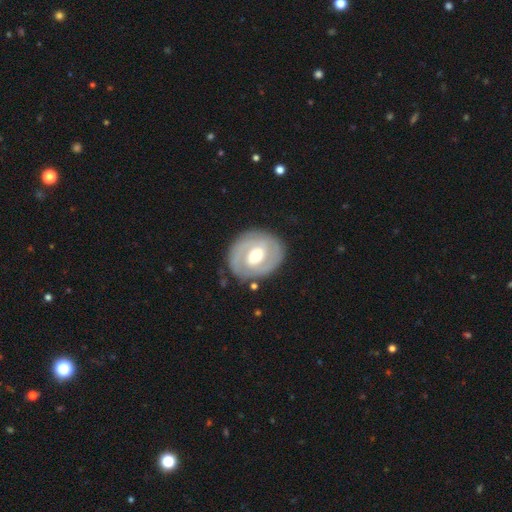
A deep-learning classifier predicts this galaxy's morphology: Q: Smooth or featured?
A: featured or disk (69%); runner-up: smooth (26%)
Q: Edge-on disk?
A: no (96%); runner-up: yes (4%)
Q: Bar?
A: weak (45%); runner-up: no (36%)
Q: Spiral arms?
A: yes (63%); runner-up: no (37%)
Q: Bulge size?
A: moderate (75%); runner-up: large (13%)
Q: Merging?
A: none (81%); runner-up: minor disturbance (12%)